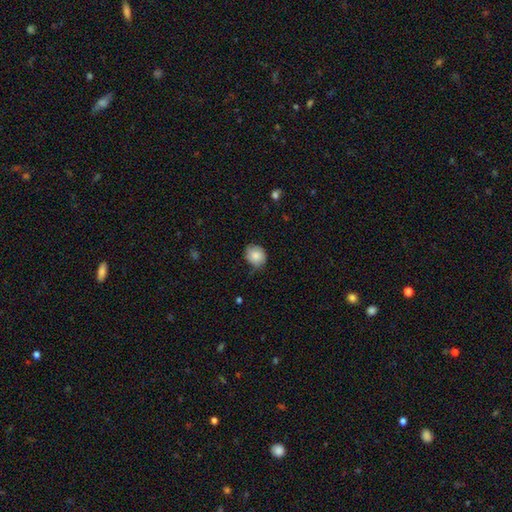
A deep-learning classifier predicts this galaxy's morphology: This is clearly a smooth galaxy (85%). How rounded: likely round (71%). Merging: likely none (69%).